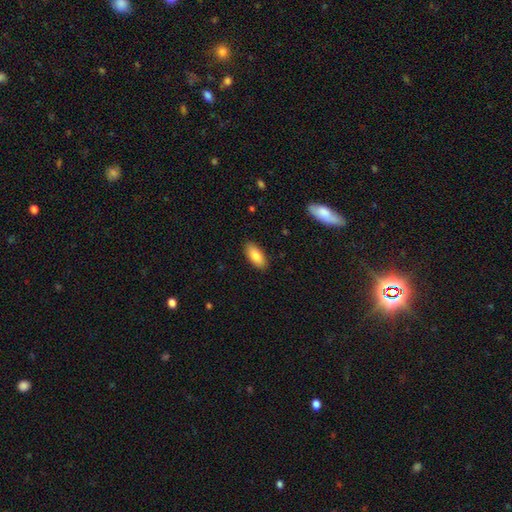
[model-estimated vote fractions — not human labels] This appears to be a smooth galaxy with no disk features (83%) that is in between round and cigar-shaped (87%). Merging: none (89%).